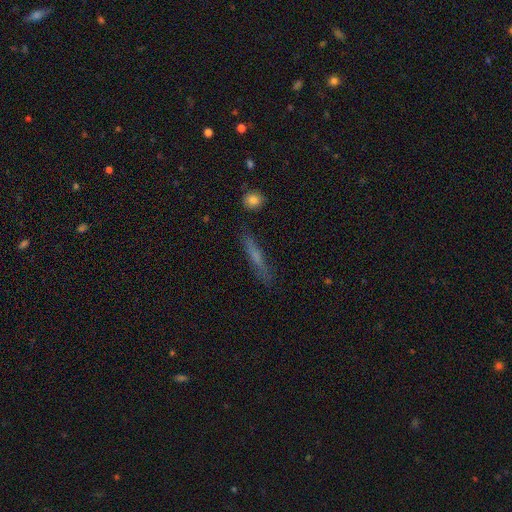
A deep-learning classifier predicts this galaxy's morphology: Smooth or featured?
  - smooth: 50% *
  - featured or disk: 39%
  - star or artifact: 11%
Merging?
  - none: 81% *
  - minor disturbance: 13%
  - major disturbance: 4%
  - merger: 2%